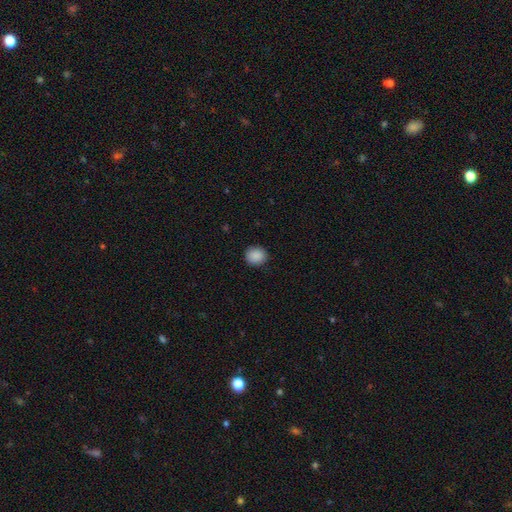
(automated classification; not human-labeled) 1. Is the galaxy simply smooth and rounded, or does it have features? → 89% smooth, 8% star or artifact, 2% featured or disk.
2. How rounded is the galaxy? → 84% round, 15% in between, 1% cigar-shaped.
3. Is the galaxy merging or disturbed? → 90% none, 7% minor disturbance, 2% major disturbance, 1% merger.